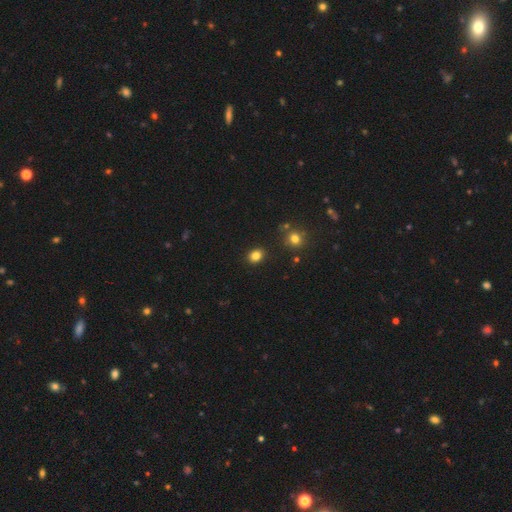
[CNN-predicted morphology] Smooth or featured? Predicted: smooth (p=0.83). How rounded? Predicted: round (p=0.56). Merging? Predicted: none (p=0.88).